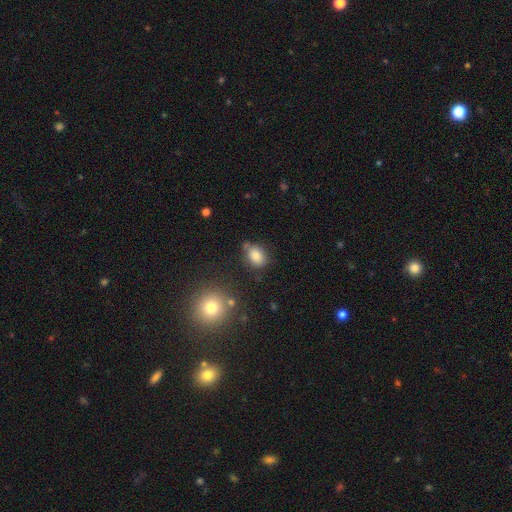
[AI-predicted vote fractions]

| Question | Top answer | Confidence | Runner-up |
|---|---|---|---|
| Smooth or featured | smooth | 81% | star or artifact (11%) |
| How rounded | in between | 73% | round (25%) |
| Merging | none | 70% | minor disturbance (18%) |